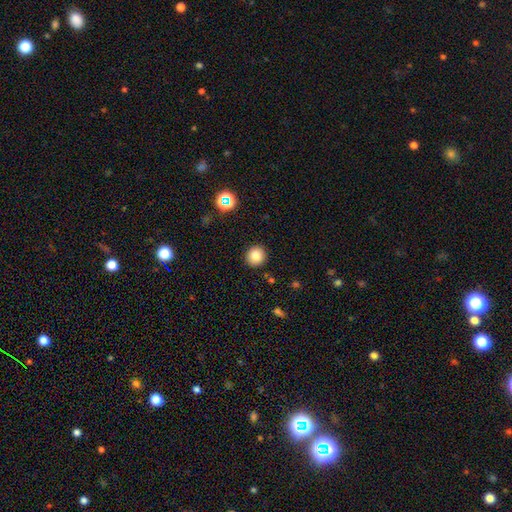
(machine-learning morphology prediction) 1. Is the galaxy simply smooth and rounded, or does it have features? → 81% smooth, 12% star or artifact, 7% featured or disk.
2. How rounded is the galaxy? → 92% round, 7% in between, 1% cigar-shaped.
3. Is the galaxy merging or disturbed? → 91% none, 6% minor disturbance, 2% major disturbance, 1% merger.